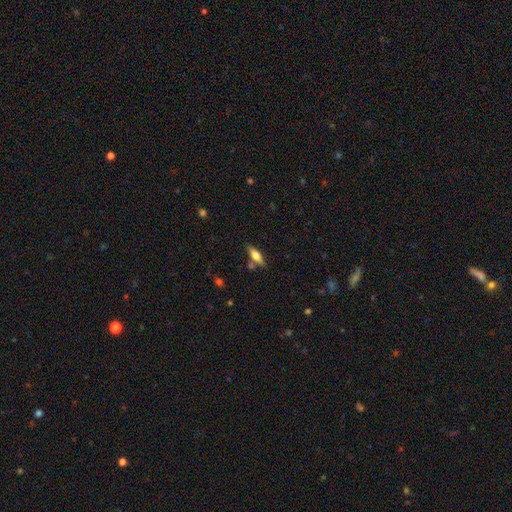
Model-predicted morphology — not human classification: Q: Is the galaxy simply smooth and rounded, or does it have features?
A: smooth — 55%.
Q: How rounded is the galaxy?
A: in between — 50%.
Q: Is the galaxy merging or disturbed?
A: none — 74%.